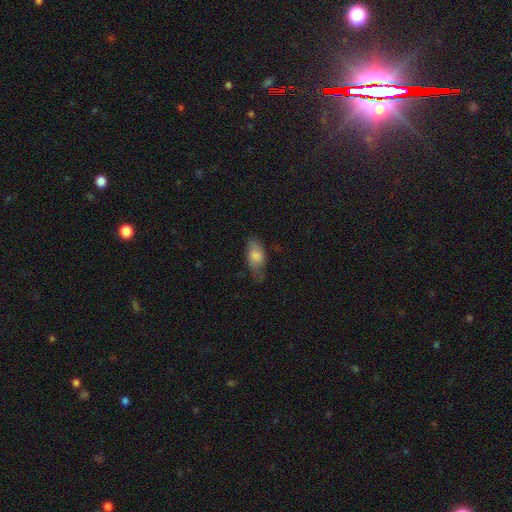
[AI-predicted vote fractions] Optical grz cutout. It shows a smooth galaxy with no disk features (75%) that is in between round and cigar-shaped (87%). Merging: none (57%).